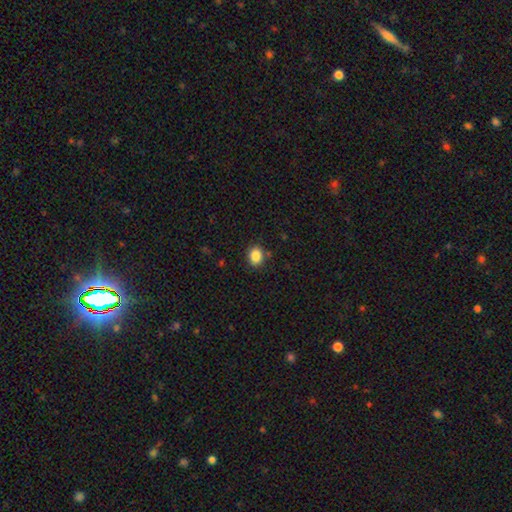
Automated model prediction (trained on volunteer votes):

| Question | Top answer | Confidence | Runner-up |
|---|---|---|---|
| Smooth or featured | smooth | 87% | star or artifact (10%) |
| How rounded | round | 52% | in between (47%) |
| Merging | none | 84% | minor disturbance (11%) |